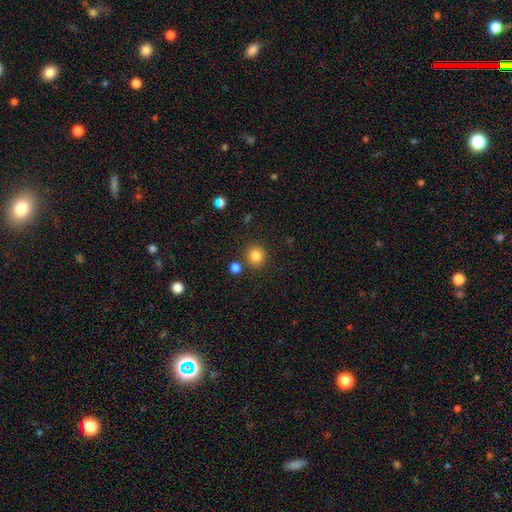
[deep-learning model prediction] Smooth or featured?
  - smooth: 84% *
  - star or artifact: 11%
  - featured or disk: 5%
How rounded?
  - round: 92% *
  - in between: 7%
  - cigar-shaped: 1%
Merging?
  - none: 85% *
  - minor disturbance: 7%
  - merger: 6%
  - major disturbance: 3%